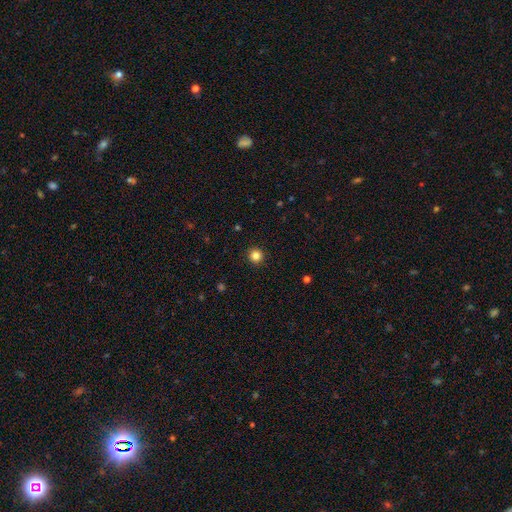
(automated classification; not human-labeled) A smooth galaxy with no disk features (85%) that is round (95%). Merging: none (93%).